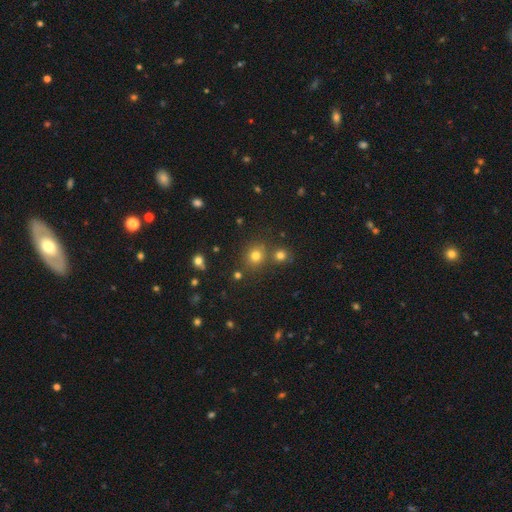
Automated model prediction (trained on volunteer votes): smooth-or-featured: smooth: 75% | star or artifact: 18% | featured or disk: 7%
  how-rounded: round: 84% | in between: 15% | cigar-shaped: 1%
  merging: none: 73% | merger: 16% | minor disturbance: 8% | major disturbance: 3%